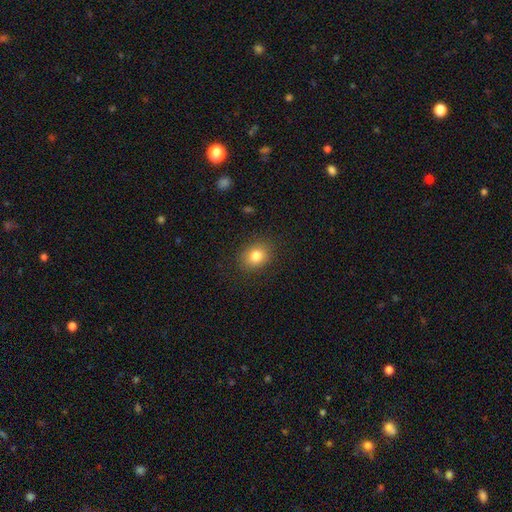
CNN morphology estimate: Overall: smooth (82%). How rounded: round (58%; in between 41%). Merging: none (87%).